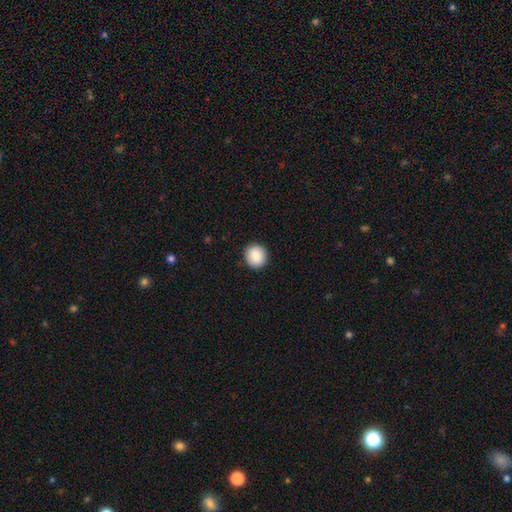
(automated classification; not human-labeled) Smooth or featured? smooth (86%)
How rounded? round (91%)
Merging? none (92%)